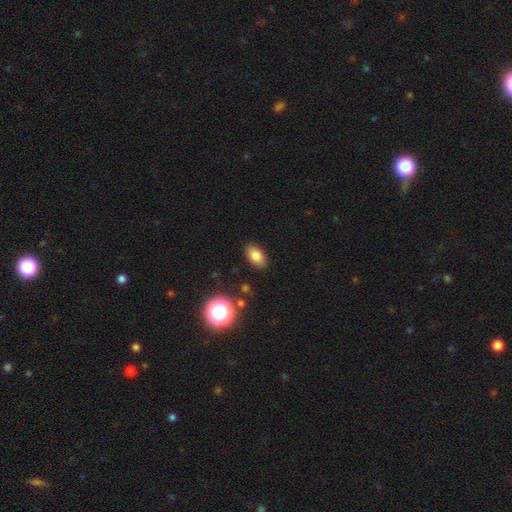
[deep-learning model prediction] smooth 81%, star or artifact 11%, featured or disk 8%. Down the decision tree: how rounded — in between (89%); merging — none (86%).